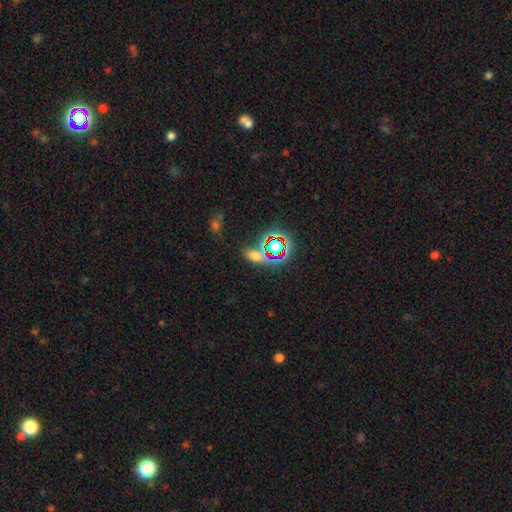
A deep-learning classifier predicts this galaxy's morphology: smooth 51%, star or artifact 37%, featured or disk 12%. Down the decision tree: how rounded — in between (69%); merging — none (64%).